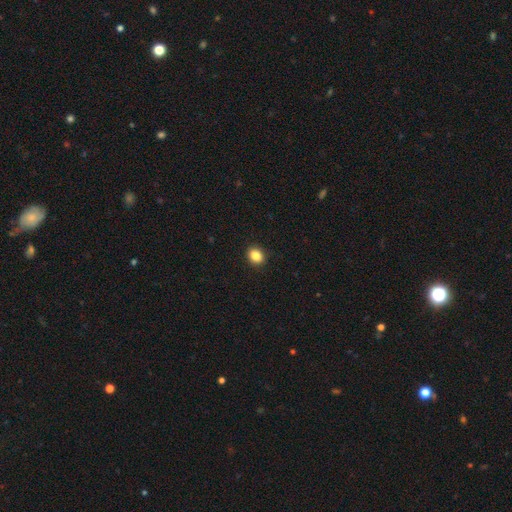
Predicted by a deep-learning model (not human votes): This is clearly a smooth galaxy (86%). How rounded: possibly round (59%). Merging: clearly none (91%).